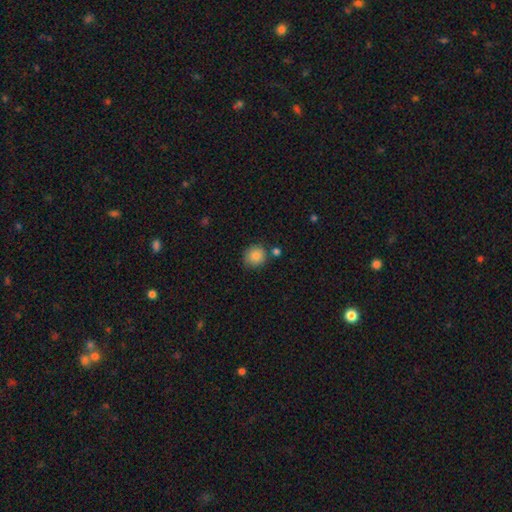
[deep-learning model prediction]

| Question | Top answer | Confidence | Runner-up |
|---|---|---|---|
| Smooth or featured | smooth | 85% | star or artifact (9%) |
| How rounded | round | 89% | in between (10%) |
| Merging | none | 79% | minor disturbance (11%) |